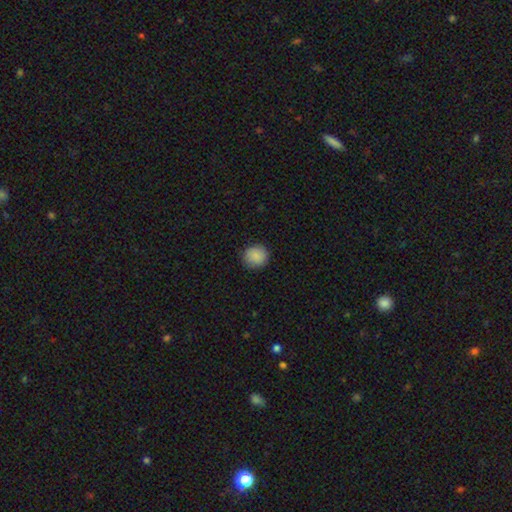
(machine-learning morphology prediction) The model was most divided on "smooth or featured": smooth: 89%, star or artifact: 8%, featured or disk: 3%. More confident: how rounded — round (90%); merging — none (90%).